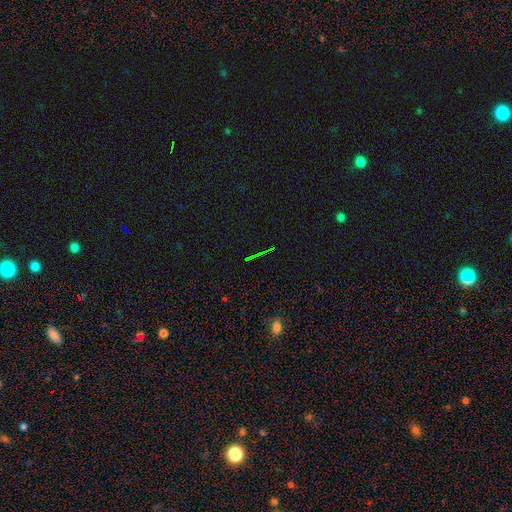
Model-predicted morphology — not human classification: star or artifact 74%, smooth 13%, featured or disk 13%.